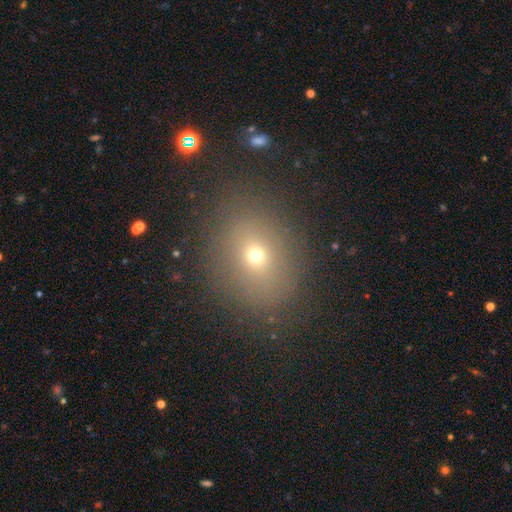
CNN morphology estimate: type=smooth (64%); roundness=round (60%); merging=none (81%).